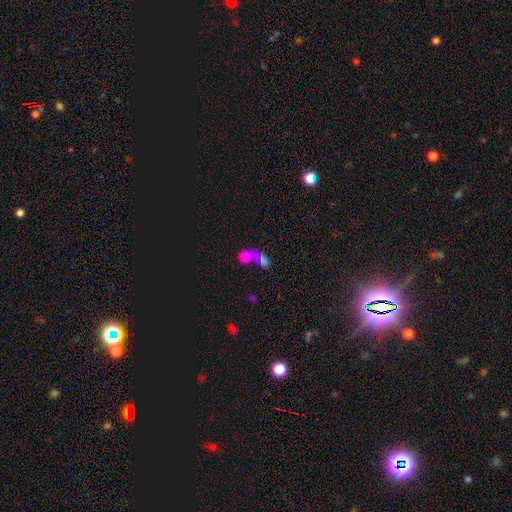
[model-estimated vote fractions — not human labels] Smooth or featured: smooth — 70% (featured or disk — 18%)
How rounded: round — 50% (in between — 44%)
Merging: merger — 62% (none — 21%)